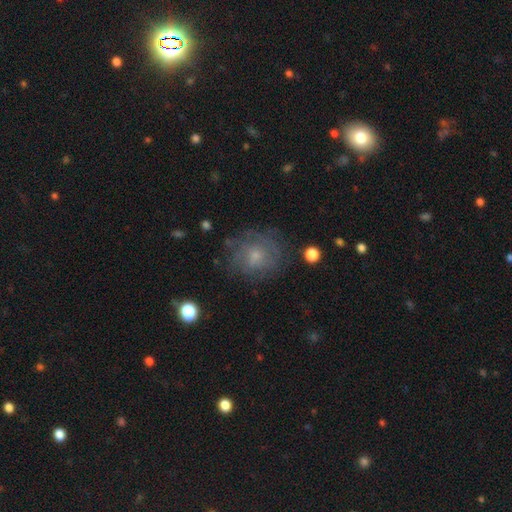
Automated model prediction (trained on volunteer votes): A smooth galaxy with no disk features (48%). Merging: none (68%).